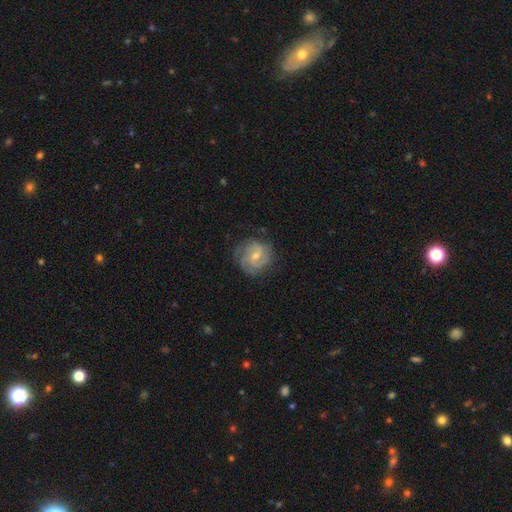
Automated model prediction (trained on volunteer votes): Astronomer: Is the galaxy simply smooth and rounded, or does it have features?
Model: featured or disk — 79%.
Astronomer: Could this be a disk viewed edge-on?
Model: no — 98%.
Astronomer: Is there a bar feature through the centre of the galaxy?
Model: weak — 54% (runner-up: no, 36%).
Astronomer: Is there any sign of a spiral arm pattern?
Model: yes — 94%.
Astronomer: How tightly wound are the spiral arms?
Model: tight — 49% (runner-up: medium, 39%).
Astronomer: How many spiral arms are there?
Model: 2 — 40% (runner-up: 3, 23%).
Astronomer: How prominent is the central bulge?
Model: small — 49% (runner-up: moderate, 47%).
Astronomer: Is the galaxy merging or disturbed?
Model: none — 76%.